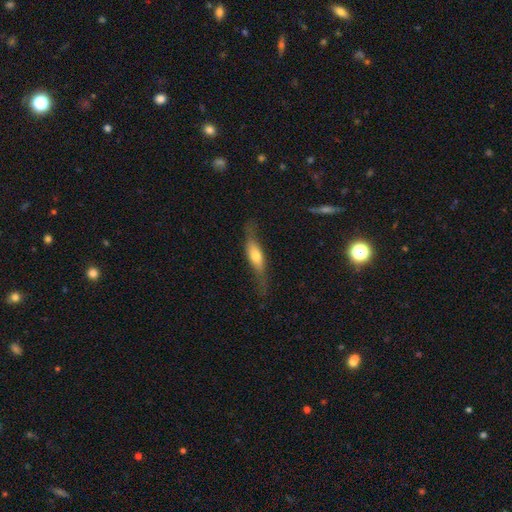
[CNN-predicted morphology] Smooth or featured: smooth — 47% (featured or disk — 46%)
Merging: none — 64% (minor disturbance — 23%)